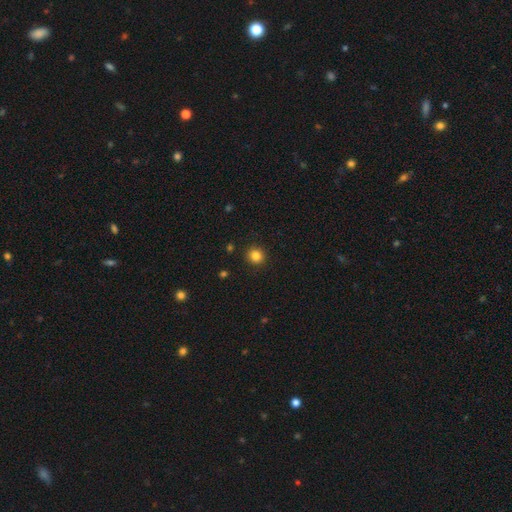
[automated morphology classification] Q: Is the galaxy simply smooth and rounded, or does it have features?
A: smooth — 83%.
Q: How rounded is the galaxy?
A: round — 92%.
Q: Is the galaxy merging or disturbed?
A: none — 92%.